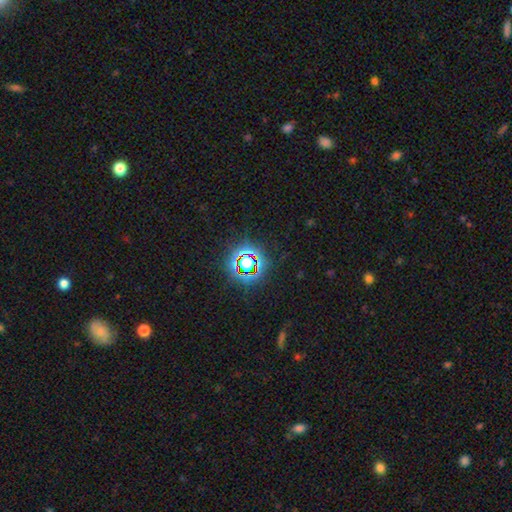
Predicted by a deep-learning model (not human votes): smooth-or-featured: star or artifact: 77% | smooth: 15% | featured or disk: 9%